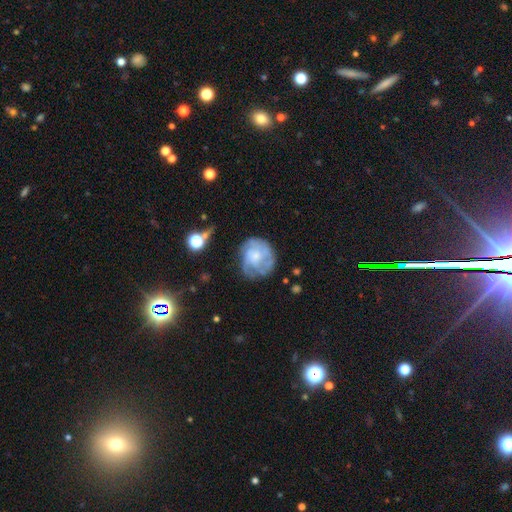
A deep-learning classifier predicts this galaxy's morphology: Smooth or featured? Predicted: featured or disk (p=0.69). Edge-on disk? Predicted: no (p=0.98). Bar? Predicted: no (p=0.78). Spiral arms? Predicted: yes (p=0.86). Spiral winding? Predicted: tight (p=0.51). Spiral arm count? Predicted: can't tell (p=0.39). Bulge size? Predicted: small (p=0.53). Merging? Predicted: none (p=0.62).